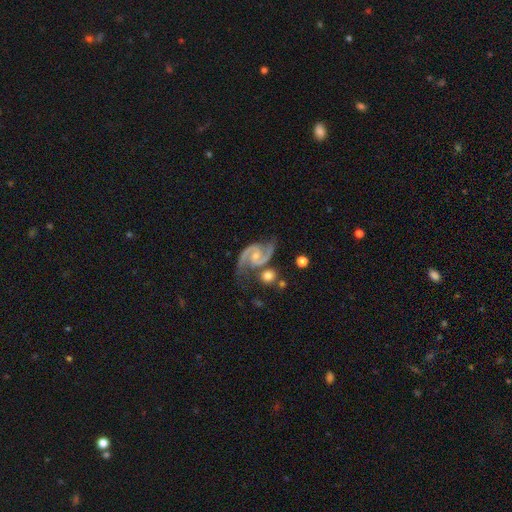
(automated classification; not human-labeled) featured or disk 93%, star or artifact 4%, smooth 3%. Down the decision tree: edge-on disk — no (98%); bar — no (50%); spiral arms — yes (99%); spiral arm count — 2 (93%); spiral winding — medium (63%); bulge size — small (56%); merging — none (65%).